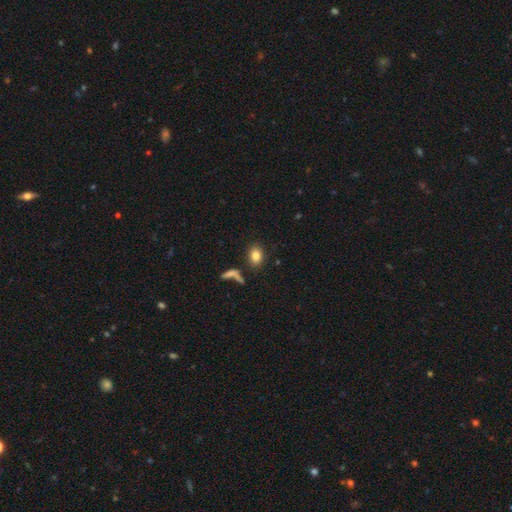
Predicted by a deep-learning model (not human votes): smooth-or-featured: smooth: 82% | star or artifact: 9% | featured or disk: 9%
  how-rounded: in between: 70% | round: 28% | cigar-shaped: 2%
  merging: none: 80% | minor disturbance: 9% | merger: 7% | major disturbance: 4%